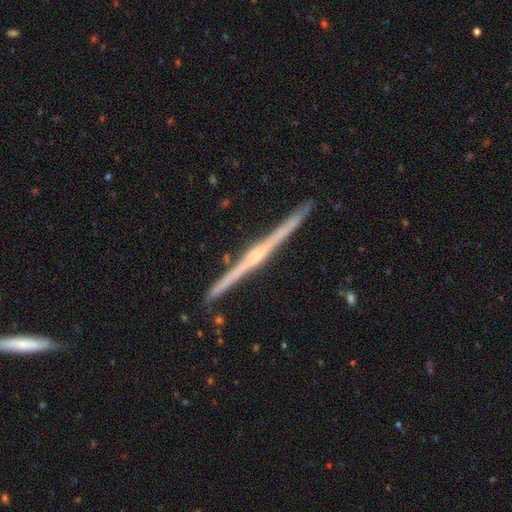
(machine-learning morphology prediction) Smooth or featured? Predicted: featured or disk (p=0.86). Edge-on disk? Predicted: yes (p=0.99). Edge-on bulge? Predicted: rounded (p=0.67). Merging? Predicted: none (p=0.92).